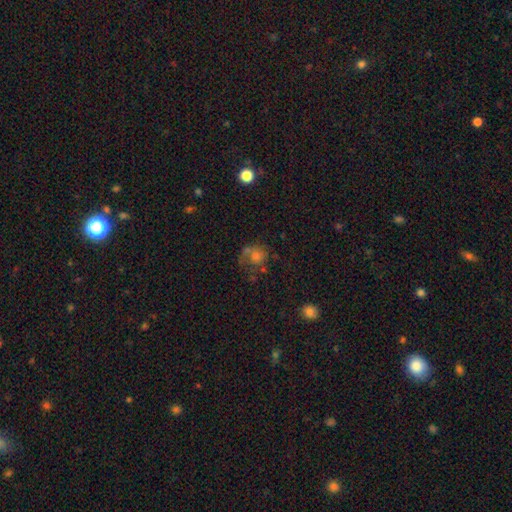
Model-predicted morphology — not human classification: smooth-or-featured: smooth: 52% | featured or disk: 26% | star or artifact: 21%
  how-rounded: round: 78% | in between: 21% | cigar-shaped: 1%
  merging: none: 48% | minor disturbance: 18% | merger: 17% | major disturbance: 16%